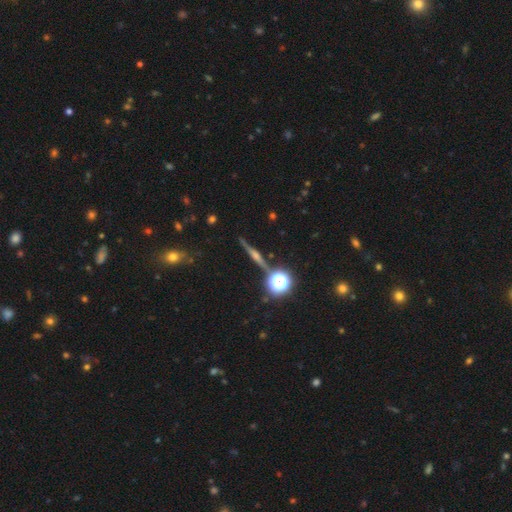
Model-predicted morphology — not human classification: This is likely a featured or disk galaxy (74%). It is clearly viewed edge-on (97%). Edge-on bulge: clearly rounded (88%). Merging: clearly none (89%).